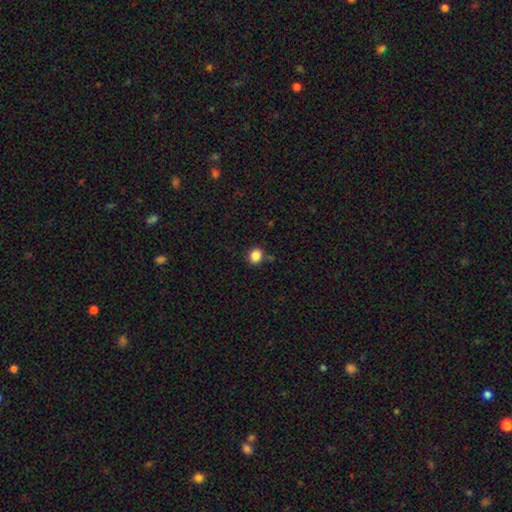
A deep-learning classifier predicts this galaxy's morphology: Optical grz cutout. It shows a smooth galaxy with no disk features (86%) that is round (66%). Merging: none (80%).